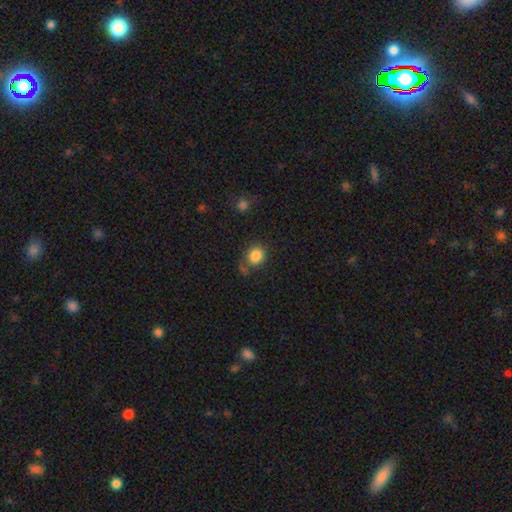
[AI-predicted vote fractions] This appears to be a smooth galaxy with no disk features (84%) that is round (72%). Merging: none (65%).